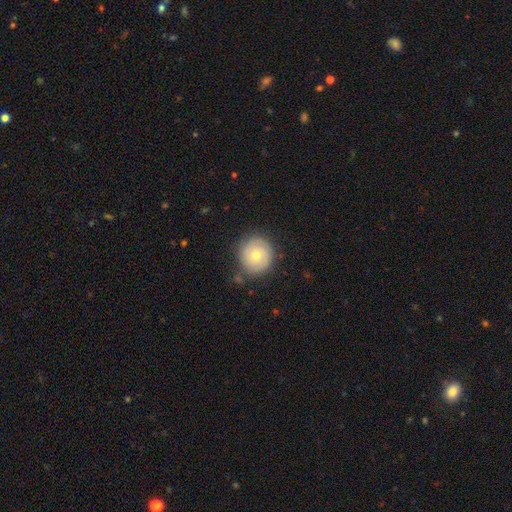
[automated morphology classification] A smooth galaxy with no disk features (52%) that is round (91%). Merging: none (78%).